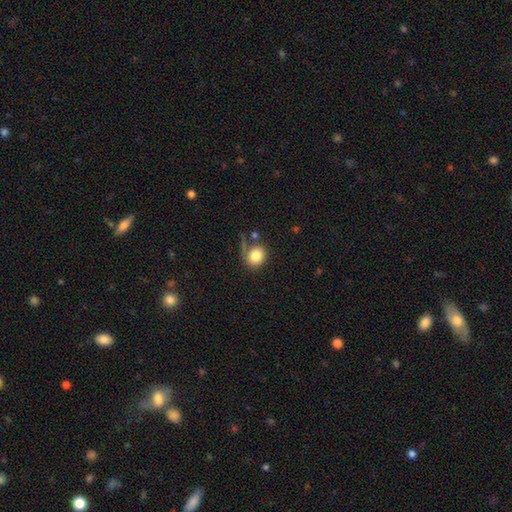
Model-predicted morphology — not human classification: smooth-or-featured: smooth: 82% | featured or disk: 10% | star or artifact: 9%
  how-rounded: round: 73% | in between: 26% | cigar-shaped: 1%
  merging: none: 55% | minor disturbance: 20% | major disturbance: 14% | merger: 12%